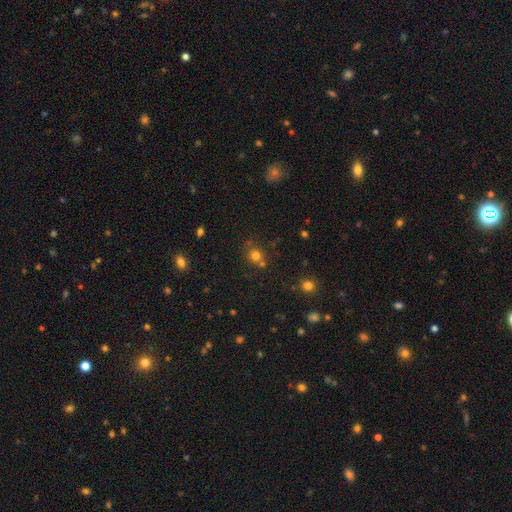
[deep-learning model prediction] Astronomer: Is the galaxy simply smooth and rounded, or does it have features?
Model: smooth — 75%.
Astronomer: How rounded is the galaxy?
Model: round — 83%.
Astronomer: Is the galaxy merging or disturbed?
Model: none — 67%.